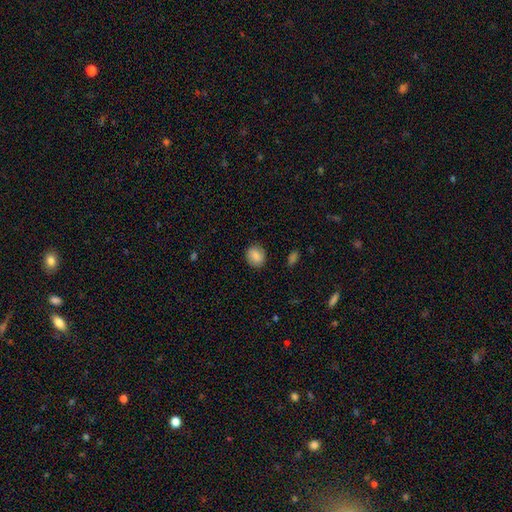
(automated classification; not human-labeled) A smooth galaxy with no disk features (85%) that is round (64%).

Vote fractions:
- Smooth or featured? smooth: 85% / star or artifact: 8% / featured or disk: 7%
- How rounded? round: 64% / in between: 35% / cigar-shaped: 1%
- Merging? none: 87% / minor disturbance: 9% / major disturbance: 3% / merger: 1%